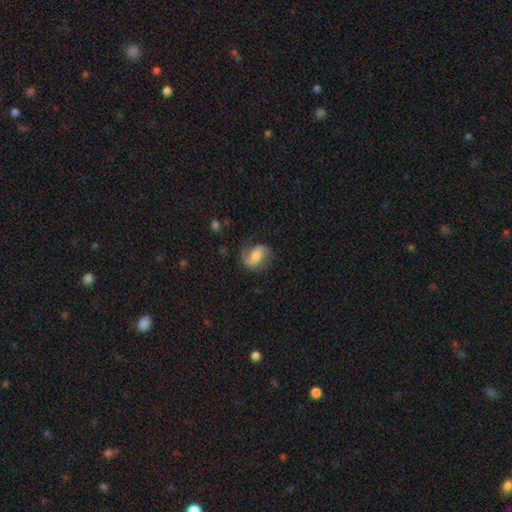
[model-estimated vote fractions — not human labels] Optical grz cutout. It shows a featured or disk galaxy (67%) with a weak bar (40%), 2 (76%) medium (42%) spiral arms (92%) and a moderate central bulge (47%). Merging: none (65%).